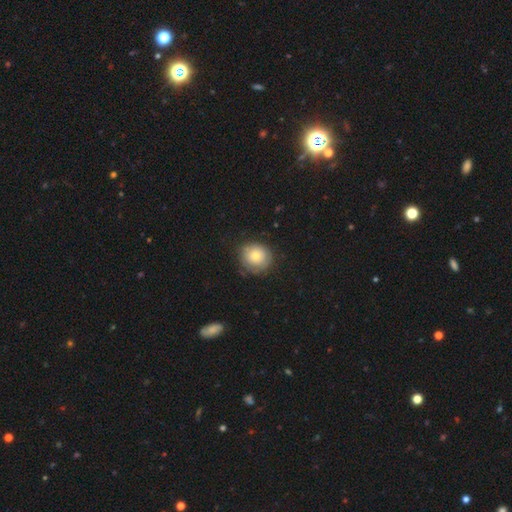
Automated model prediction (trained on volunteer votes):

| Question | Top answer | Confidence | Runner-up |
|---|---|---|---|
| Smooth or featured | smooth | 70% | featured or disk (22%) |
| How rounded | round | 88% | in between (11%) |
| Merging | none | 76% | minor disturbance (17%) |